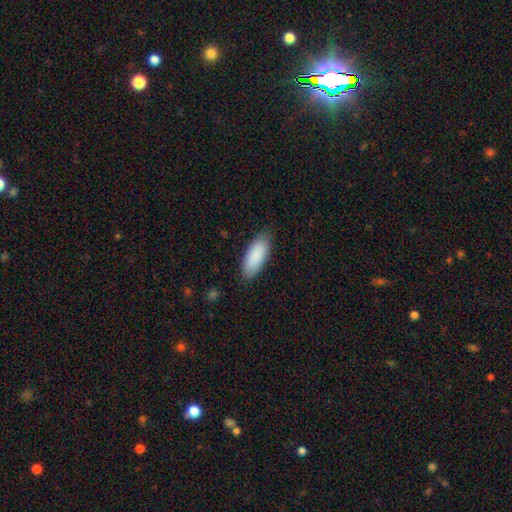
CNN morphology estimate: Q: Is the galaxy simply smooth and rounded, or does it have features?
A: smooth — 89%.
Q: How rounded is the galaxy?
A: in between — 80%.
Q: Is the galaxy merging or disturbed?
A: none — 85%.